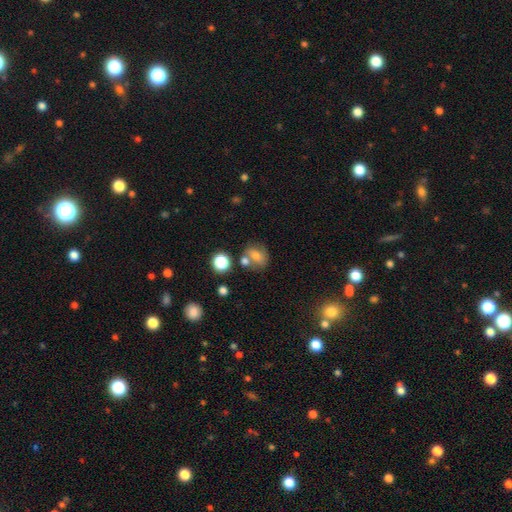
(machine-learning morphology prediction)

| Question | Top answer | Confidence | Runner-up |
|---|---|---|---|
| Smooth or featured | smooth | 69% | featured or disk (18%) |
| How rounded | round | 55% | in between (43%) |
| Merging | none | 55% | merger (25%) |